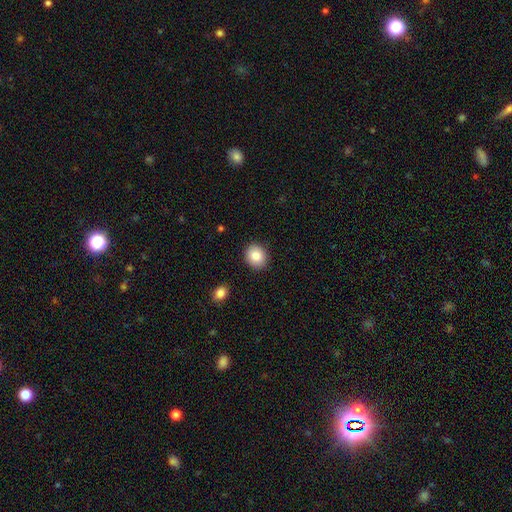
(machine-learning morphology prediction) The model was most divided on "how rounded": round: 77%, in between: 22%, cigar-shaped: 1%. More confident: merging — none (90%); smooth or featured — smooth (85%).